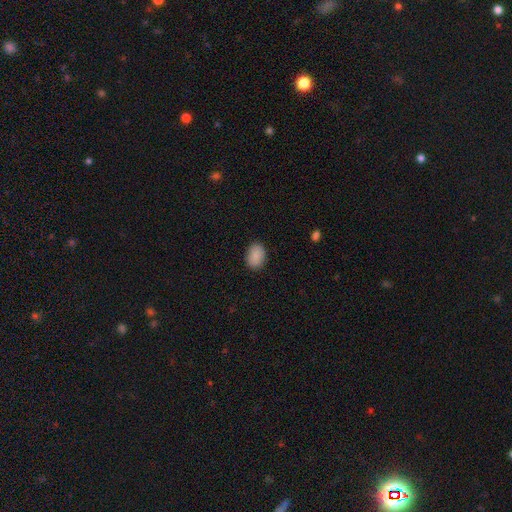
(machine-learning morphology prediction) Q: Smooth or featured?
A: smooth (89%); runner-up: star or artifact (7%)
Q: How rounded?
A: in between (78%); runner-up: round (21%)
Q: Merging?
A: none (87%); runner-up: minor disturbance (10%)